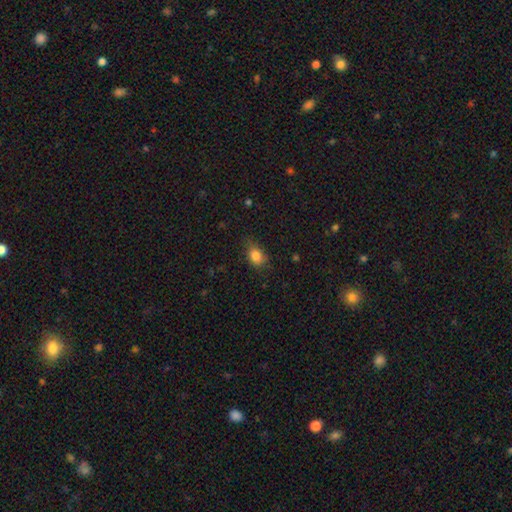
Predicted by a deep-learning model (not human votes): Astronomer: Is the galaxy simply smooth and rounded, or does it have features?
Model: smooth — 84%.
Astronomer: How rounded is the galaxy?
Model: in between — 67%.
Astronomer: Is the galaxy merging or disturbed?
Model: none — 70%.